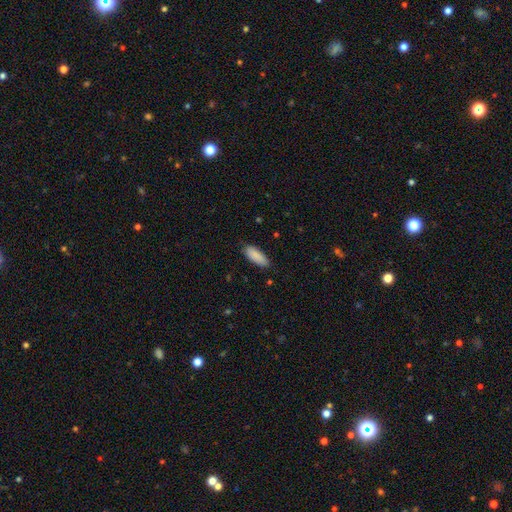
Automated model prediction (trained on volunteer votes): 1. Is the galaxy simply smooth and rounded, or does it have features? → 90% smooth, 6% star or artifact, 4% featured or disk.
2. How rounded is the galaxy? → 68% in between, 30% cigar-shaped, 2% round.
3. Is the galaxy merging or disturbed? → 86% none, 11% minor disturbance, 2% major disturbance, 1% merger.